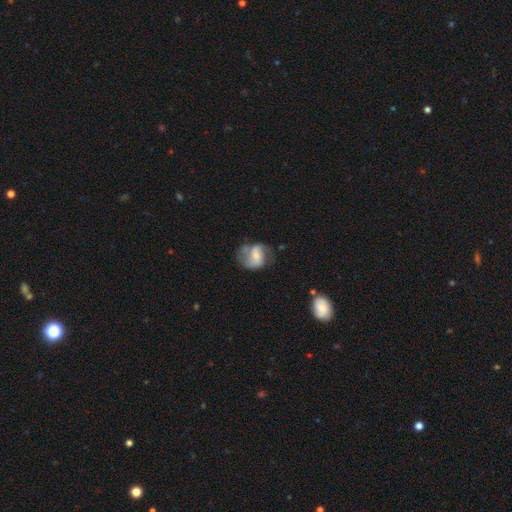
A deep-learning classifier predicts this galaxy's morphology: A featured or disk galaxy (59%) with a weak bar (42%), spiral arms (81%) and a small central bulge (44%). Merging: none (46%).